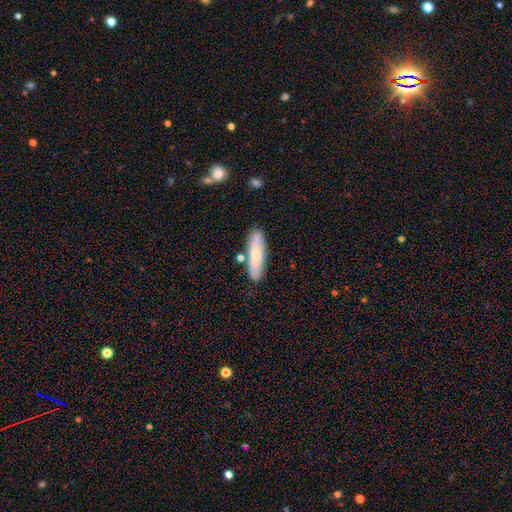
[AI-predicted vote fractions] smooth_or_featured: smooth (p=0.66) [alt: featured or disk p=0.28]
how_rounded: cigar-shaped (p=0.66) [alt: in between p=0.32]
merging: none (p=0.79) [alt: minor disturbance p=0.13]